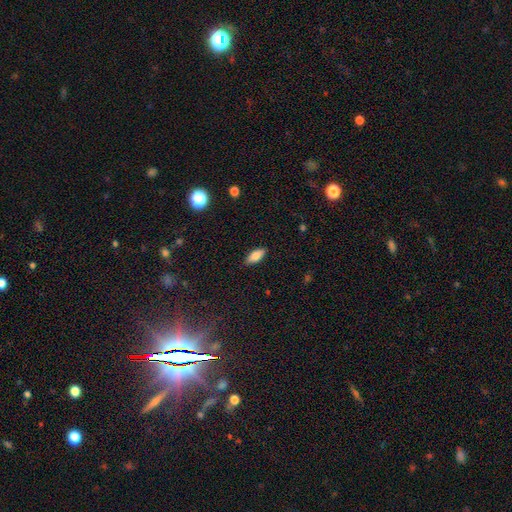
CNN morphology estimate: Smooth or featured: smooth — 83% (featured or disk — 10%)
How rounded: in between — 83% (cigar-shaped — 14%)
Merging: none — 87% (minor disturbance — 10%)